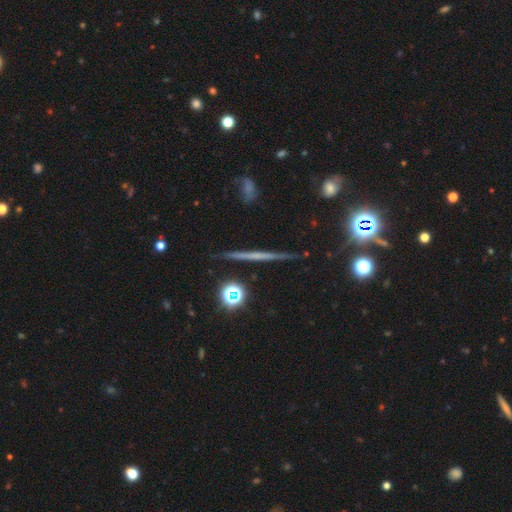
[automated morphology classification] A featured or disk galaxy (63%) viewed edge-on (97%) with no central bulge (77%).

Vote fractions:
- Smooth or featured? featured or disk: 63% / smooth: 25% / star or artifact: 12%
- Edge-on disk? yes: 97% / no: 3%
- Edge-on bulge? none: 77% / rounded: 17% / boxy: 6%
- Merging? none: 90% / minor disturbance: 7% / major disturbance: 2% / merger: 2%